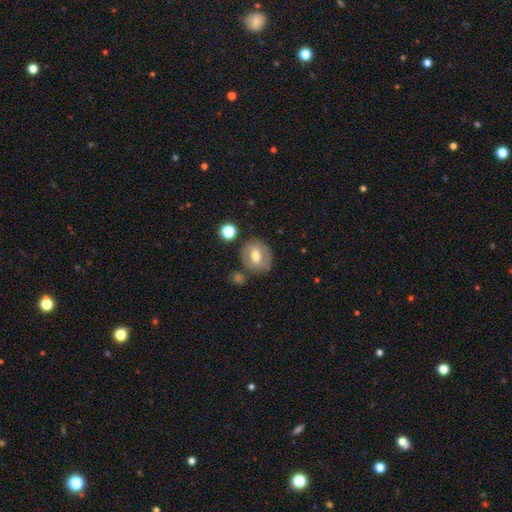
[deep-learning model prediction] The model was most divided on "smooth or featured": smooth: 48%, featured or disk: 43%, star or artifact: 8%. More confident: merging — none (75%).